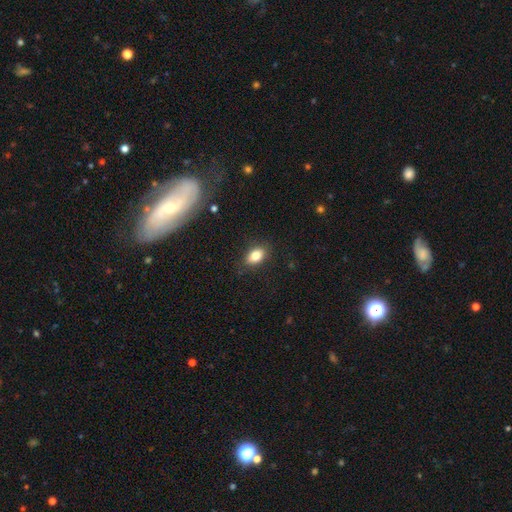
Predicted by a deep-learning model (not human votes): This is clearly a smooth galaxy (81%). How rounded: clearly in between (86%). Merging: clearly none (84%).